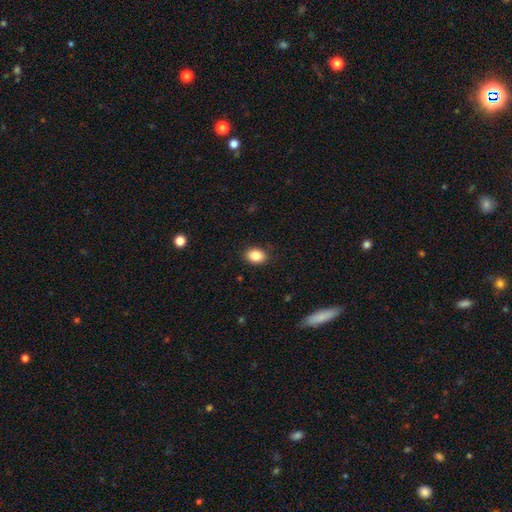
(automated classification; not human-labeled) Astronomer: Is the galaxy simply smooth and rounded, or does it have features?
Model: smooth — 86%.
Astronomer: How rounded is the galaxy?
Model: in between — 74%.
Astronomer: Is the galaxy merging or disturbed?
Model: none — 88%.